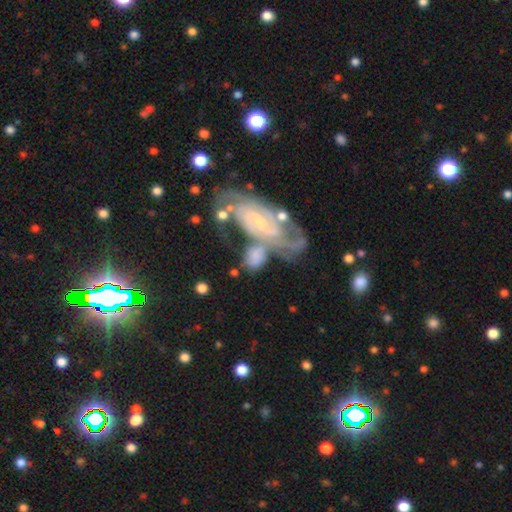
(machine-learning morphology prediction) smooth_or_featured: featured or disk (p=0.63) [alt: smooth p=0.30]
disk_edge_on: no (p=0.95) [alt: yes p=0.05]
bar: no (p=0.46) [alt: weak p=0.38]
has_spiral_arms: yes (p=0.88) [alt: no p=0.12]
spiral_winding: tight (p=0.46) [alt: medium p=0.40]
spiral_arm_count: 2 (p=0.49) [alt: can't tell p=0.23]
bulge_size: small (p=0.61) [alt: moderate p=0.26]
merging: merger (p=0.43) [alt: none p=0.28]